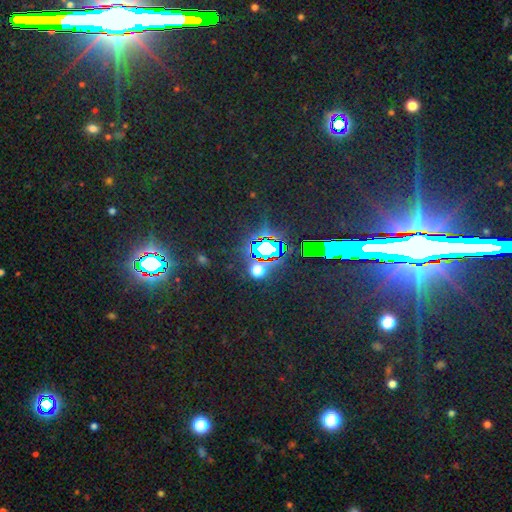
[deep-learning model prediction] Smooth or featured? star or artifact (83%)